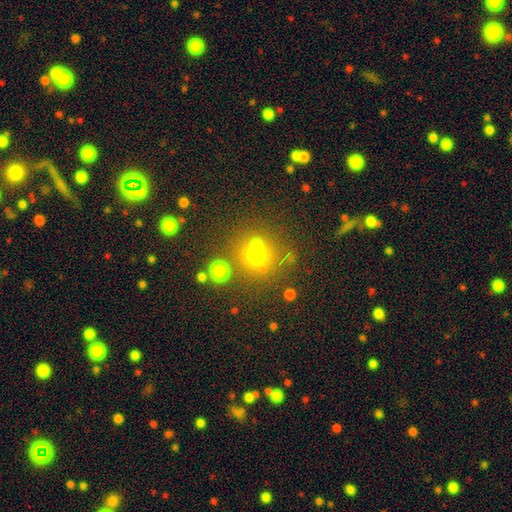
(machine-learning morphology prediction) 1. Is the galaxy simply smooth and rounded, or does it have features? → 63% smooth, 24% star or artifact, 13% featured or disk.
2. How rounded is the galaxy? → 90% round, 9% in between, 1% cigar-shaped.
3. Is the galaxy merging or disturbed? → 66% none, 20% merger, 10% minor disturbance, 5% major disturbance.